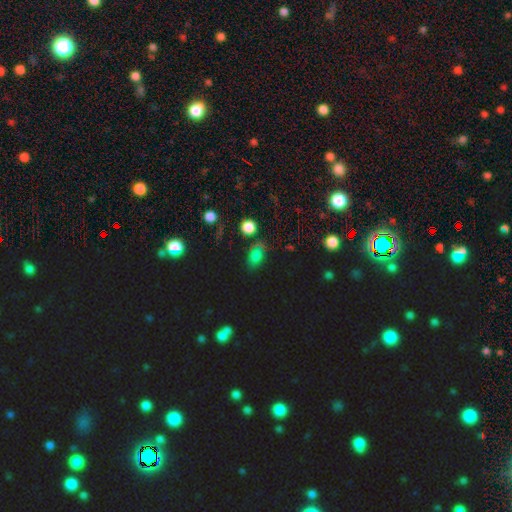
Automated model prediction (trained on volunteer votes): smooth 48%, star or artifact 38%, featured or disk 14%. Down the decision tree: merging — none (64%).